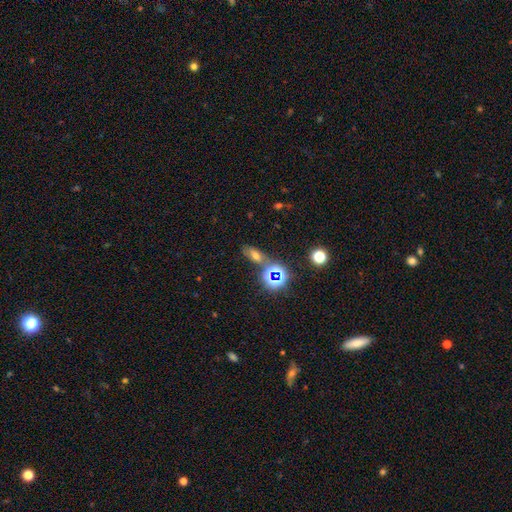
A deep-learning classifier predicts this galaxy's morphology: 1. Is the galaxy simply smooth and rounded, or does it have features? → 50% smooth, 34% star or artifact, 16% featured or disk.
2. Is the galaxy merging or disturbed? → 65% none, 17% merger, 13% minor disturbance, 5% major disturbance.